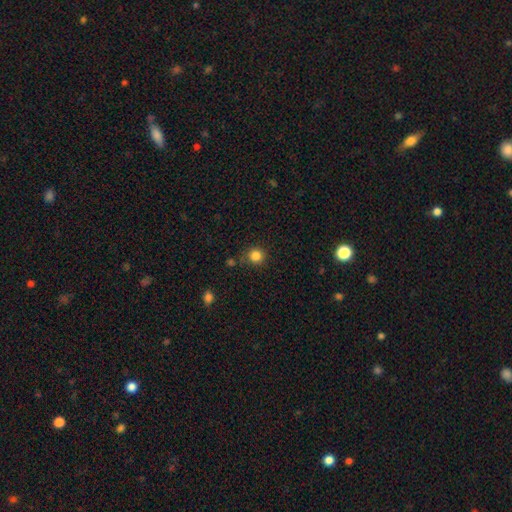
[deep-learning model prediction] Overall: smooth (84%). How rounded: round (92%). Merging: none (81%).